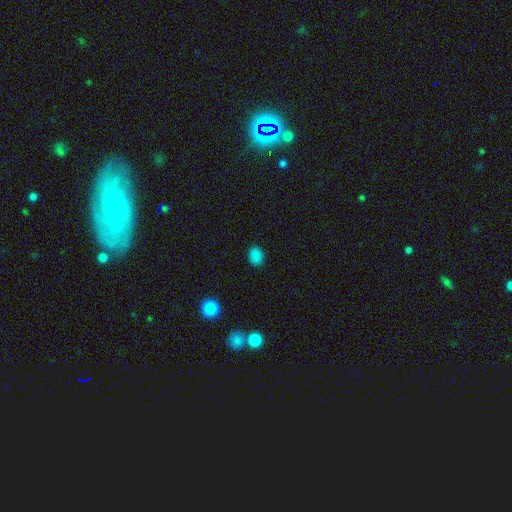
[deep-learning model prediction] This is clearly a smooth galaxy (83%). How rounded: likely in between (62%). Merging: clearly none (88%).